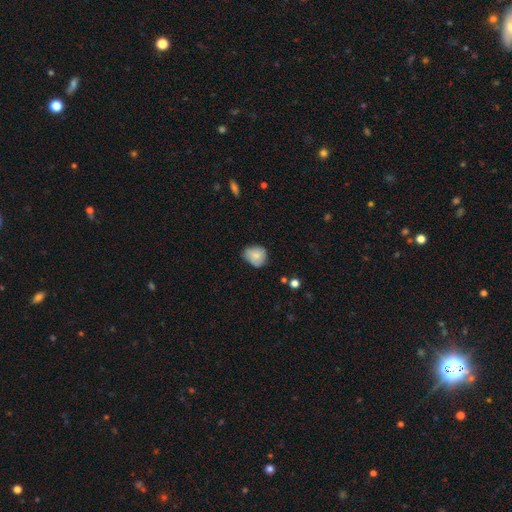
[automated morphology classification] Overall: smooth (79%). How rounded: round (64%; in between 35%). Merging: none (53%; minor disturbance 37%).